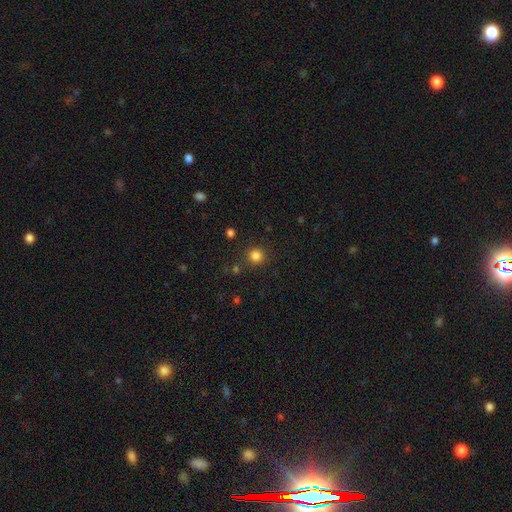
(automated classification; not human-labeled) smooth 82%, star or artifact 13%, featured or disk 4%. Down the decision tree: how rounded — round (93%); merging — none (86%).